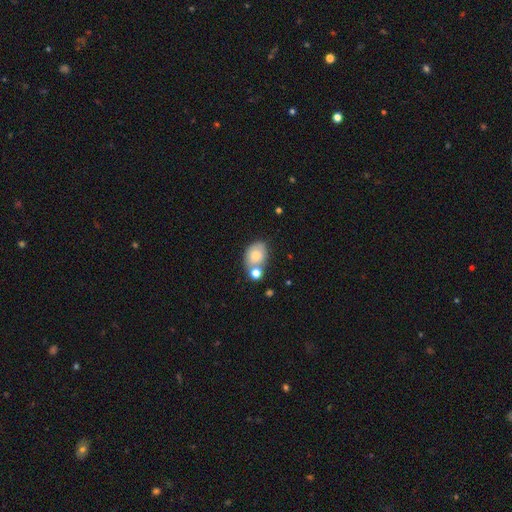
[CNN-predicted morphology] Smooth or featured: smooth — 75% (featured or disk — 17%)
How rounded: in between — 67% (round — 32%)
Merging: none — 47% (merger — 30%)